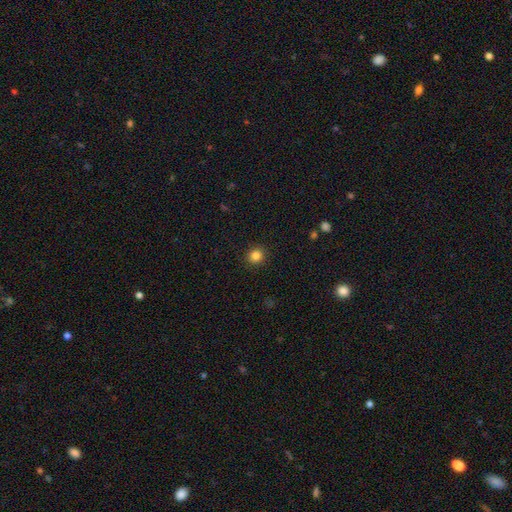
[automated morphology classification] Smooth or featured? Predicted: smooth (p=0.83). How rounded? Predicted: round (p=0.91). Merging? Predicted: none (p=0.92).